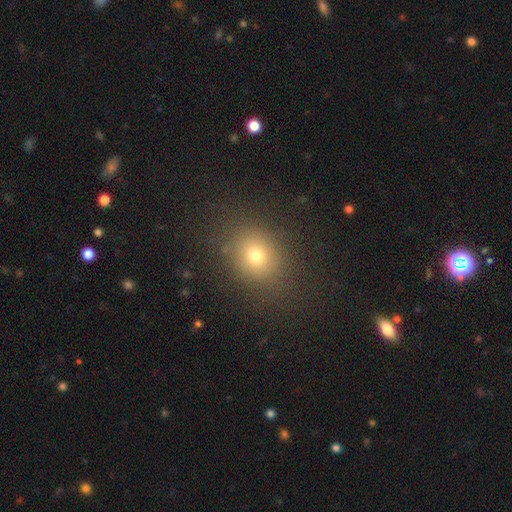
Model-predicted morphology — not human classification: type=smooth (72%); roundness=round (63%); merging=none (82%).